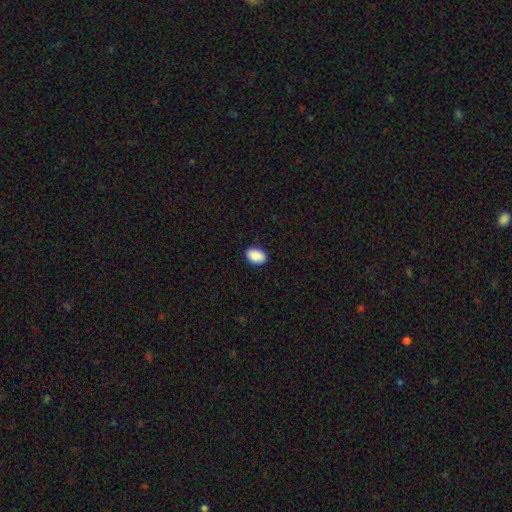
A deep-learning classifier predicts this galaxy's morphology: Q: Smooth or featured?
A: smooth (90%); runner-up: star or artifact (7%)
Q: How rounded?
A: in between (83%); runner-up: round (16%)
Q: Merging?
A: none (89%); runner-up: minor disturbance (9%)